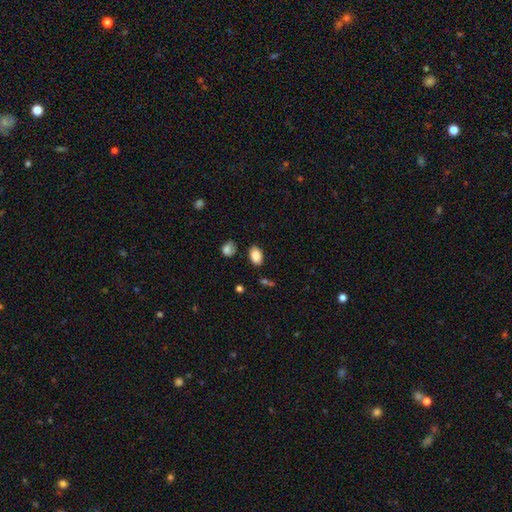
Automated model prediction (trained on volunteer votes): Q: Smooth or featured?
A: smooth (87%); runner-up: star or artifact (9%)
Q: How rounded?
A: in between (88%); runner-up: round (11%)
Q: Merging?
A: none (75%); runner-up: minor disturbance (17%)